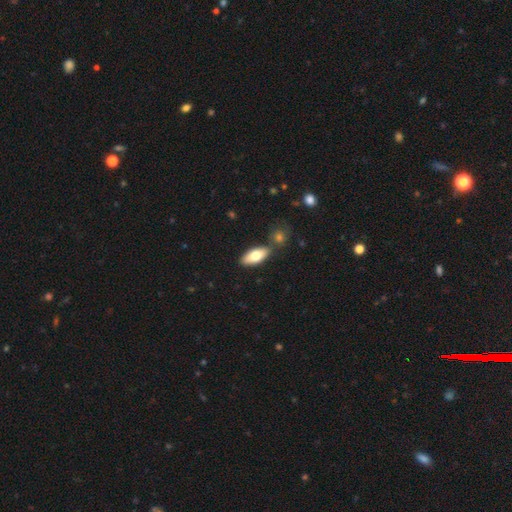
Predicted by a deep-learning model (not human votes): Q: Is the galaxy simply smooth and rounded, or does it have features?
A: smooth — 74%.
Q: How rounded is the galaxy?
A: in between — 85%.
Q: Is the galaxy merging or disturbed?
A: none — 75%.